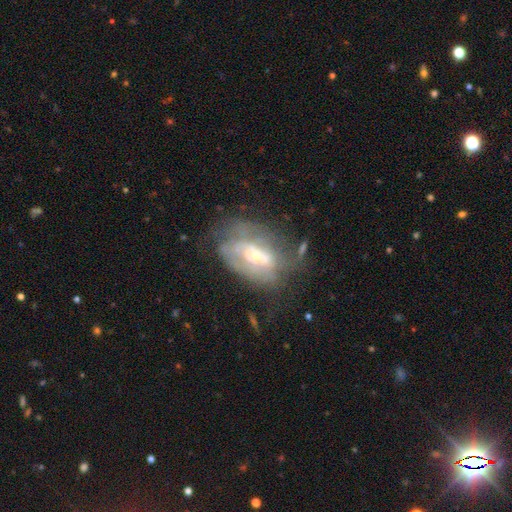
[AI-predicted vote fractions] A featured or disk galaxy (66%) with no bar (57%), no spiral arms (53%) and a small central bulge (55%). Merging: none (38%).